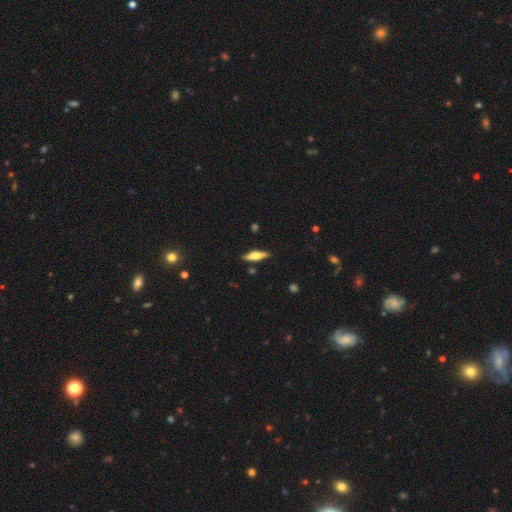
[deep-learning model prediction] Smooth or featured?
  - smooth: 48% *
  - featured or disk: 46%
  - star or artifact: 6%
Merging?
  - none: 86% *
  - minor disturbance: 10%
  - major disturbance: 2%
  - merger: 2%